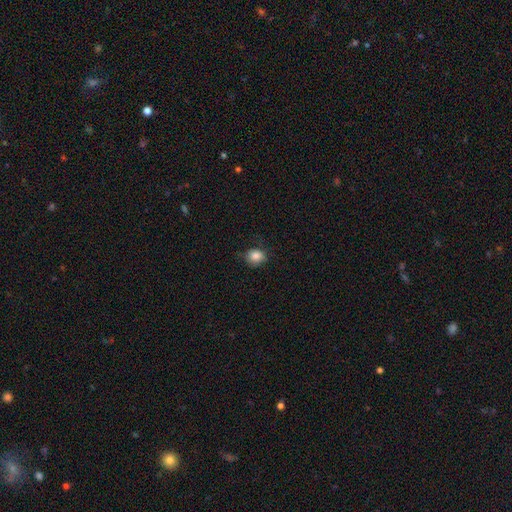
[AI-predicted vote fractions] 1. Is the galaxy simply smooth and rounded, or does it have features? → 85% smooth, 9% star or artifact, 6% featured or disk.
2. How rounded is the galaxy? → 67% round, 32% in between, 1% cigar-shaped.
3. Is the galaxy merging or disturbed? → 73% none, 21% minor disturbance, 5% major disturbance, 1% merger.